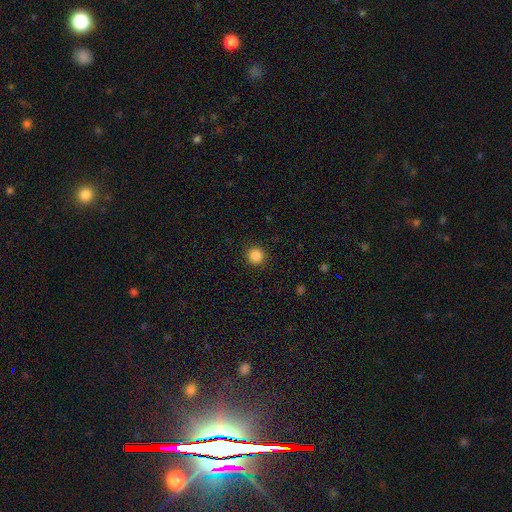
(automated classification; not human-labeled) A smooth galaxy with no disk features (87%) that is round (95%). Merging: none (91%).